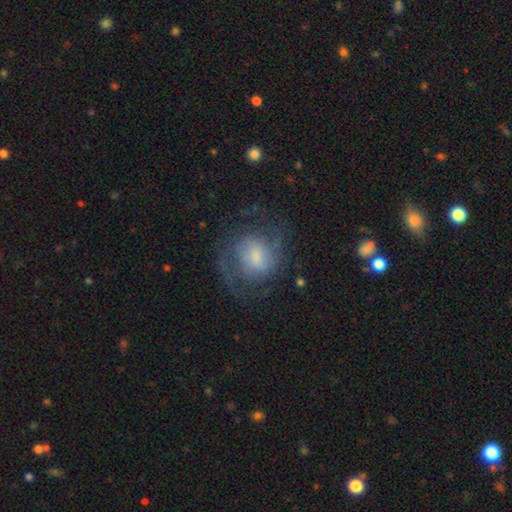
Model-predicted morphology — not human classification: A featured or disk galaxy (71%) with a weak bar (47%), 2 (70%) medium (52%) spiral arms (91%) and a small central bulge (37%).

Vote fractions:
- Smooth or featured? featured or disk: 71% / smooth: 21% / star or artifact: 8%
- Edge-on disk? no: 98% / yes: 2%
- Bar? weak: 47% / no: 43% / strong: 10%
- Spiral arms? yes: 91% / no: 9%
- Spiral winding? medium: 52% / tight: 26% / loose: 22%
- Spiral arm count? 2: 70% / can't tell: 14% / 3: 7% / 1: 4% / 4: 3% / more than 4: 2%
- Bulge size? small: 37% / moderate: 35% / large: 14% / none: 12% / dominant: 2%
- Merging? none: 65% / minor disturbance: 17% / major disturbance: 16% / merger: 2%